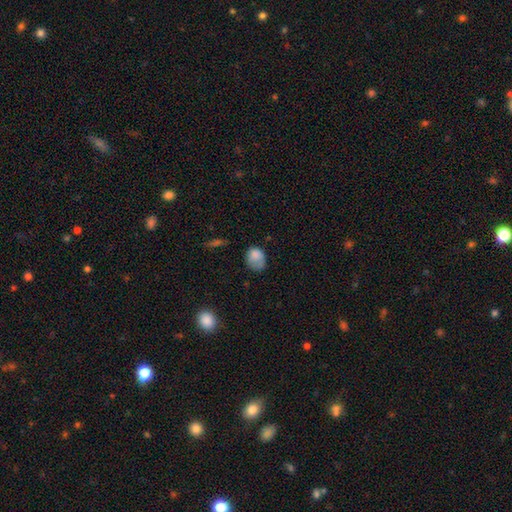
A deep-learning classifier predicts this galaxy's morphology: Smooth or featured: smooth — 80% (featured or disk — 10%)
How rounded: in between — 58% (round — 41%)
Merging: none — 43% (minor disturbance — 35%)